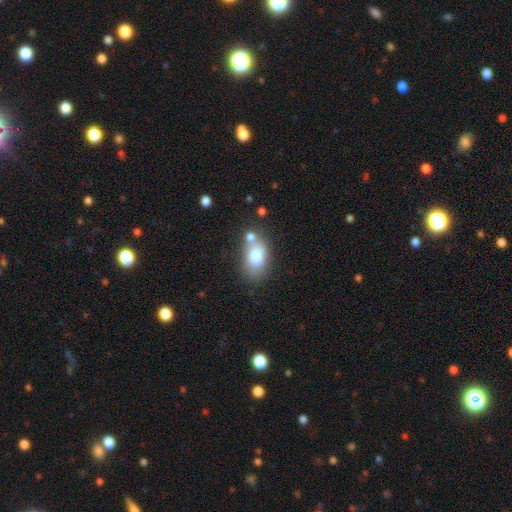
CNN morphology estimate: A smooth galaxy with no disk features (79%) that is in between round and cigar-shaped (87%). Merging: none (54%).